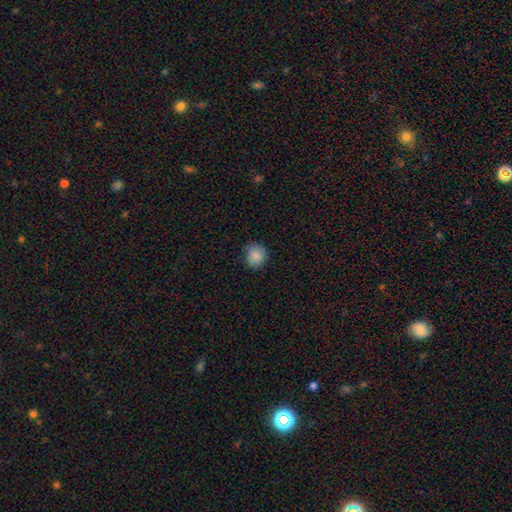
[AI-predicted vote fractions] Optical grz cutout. It shows a smooth galaxy with no disk features (87%) that is round (84%). Merging: none (79%).